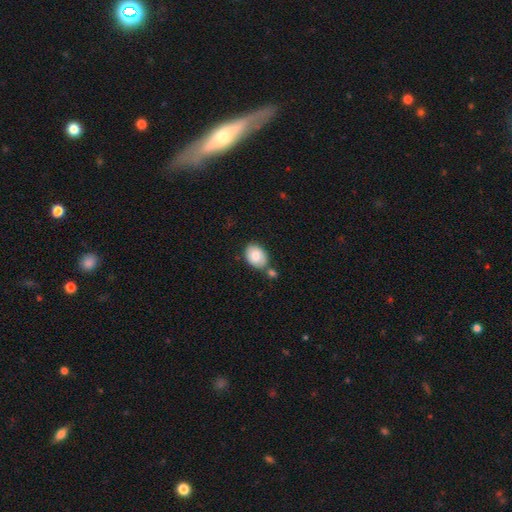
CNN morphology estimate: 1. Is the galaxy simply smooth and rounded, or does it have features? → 80% smooth, 13% featured or disk, 7% star or artifact.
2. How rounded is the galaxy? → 70% in between, 29% round, 1% cigar-shaped.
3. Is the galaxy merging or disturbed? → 63% none, 19% merger, 15% minor disturbance, 4% major disturbance.